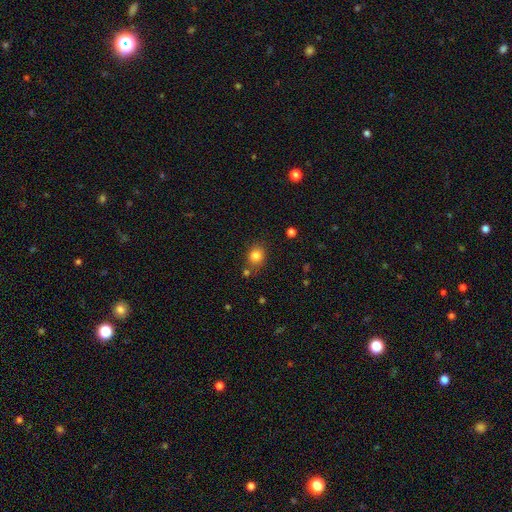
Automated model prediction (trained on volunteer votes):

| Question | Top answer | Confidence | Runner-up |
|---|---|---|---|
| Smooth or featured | smooth | 82% | star or artifact (12%) |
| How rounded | round | 71% | in between (28%) |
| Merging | none | 76% | minor disturbance (12%) |